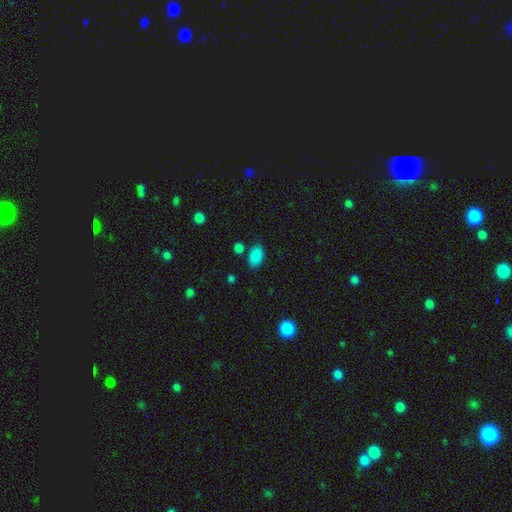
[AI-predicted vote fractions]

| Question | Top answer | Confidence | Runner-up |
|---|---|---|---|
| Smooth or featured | smooth | 87% | star or artifact (9%) |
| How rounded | in between | 91% | round (8%) |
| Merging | none | 79% | minor disturbance (12%) |